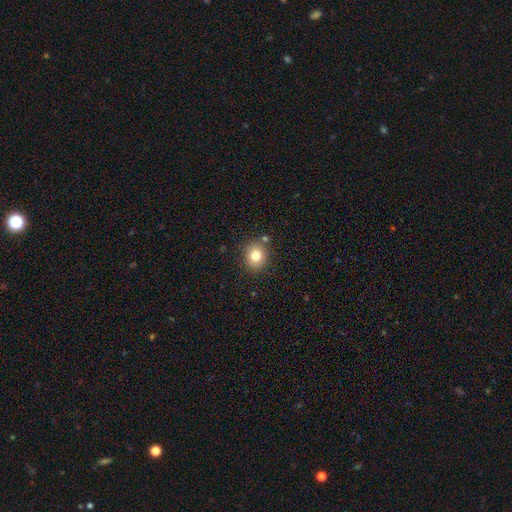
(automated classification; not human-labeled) A smooth galaxy with no disk features (80%) that is round (76%). Merging: none (81%).